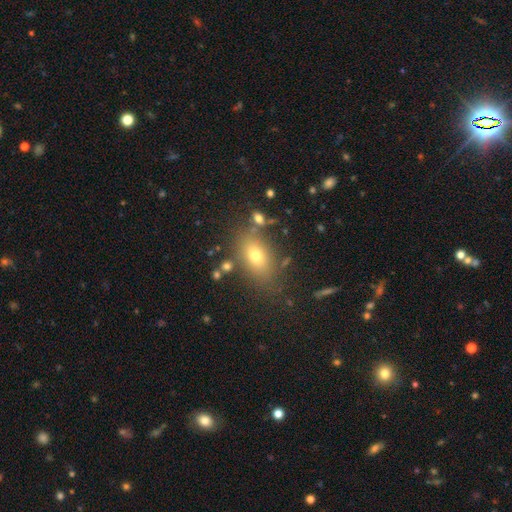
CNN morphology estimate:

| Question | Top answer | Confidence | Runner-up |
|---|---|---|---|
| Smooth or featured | smooth | 69% | featured or disk (16%) |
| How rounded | in between | 81% | round (15%) |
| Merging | none | 77% | minor disturbance (12%) |